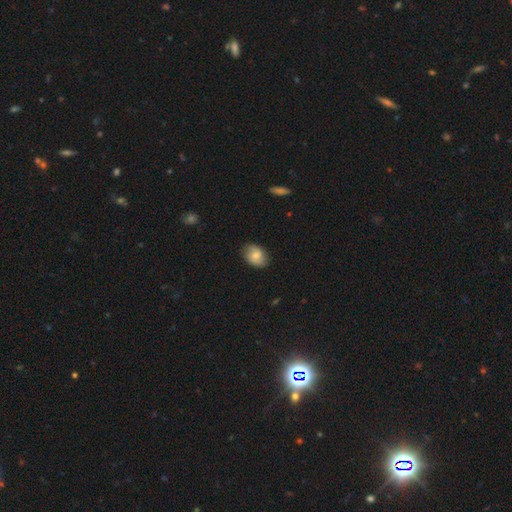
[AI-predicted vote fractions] Smooth or featured? Predicted: smooth (p=0.63). How rounded? Predicted: in between (p=0.76). Merging? Predicted: none (p=0.80).